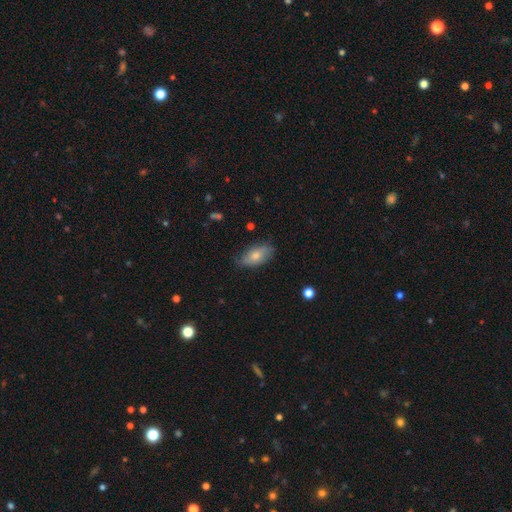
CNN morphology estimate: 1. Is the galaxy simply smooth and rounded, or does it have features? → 70% smooth, 24% featured or disk, 7% star or artifact.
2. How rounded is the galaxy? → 91% in between, 5% cigar-shaped, 4% round.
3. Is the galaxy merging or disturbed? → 74% none, 21% minor disturbance, 4% major disturbance, 1% merger.